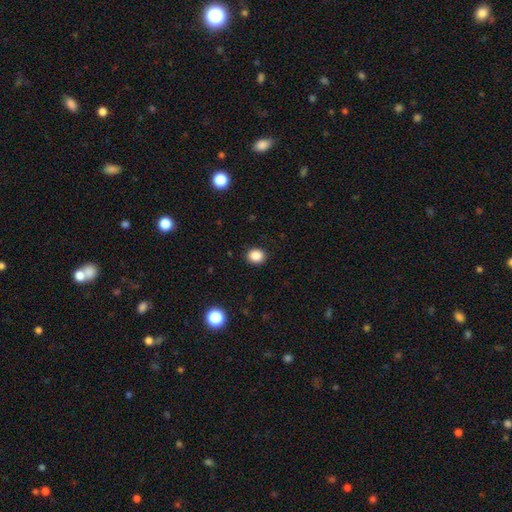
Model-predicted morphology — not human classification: smooth_or_featured: smooth (p=0.87) [alt: star or artifact p=0.11]
how_rounded: round (p=0.73) [alt: in between p=0.27]
merging: none (p=0.90) [alt: minor disturbance p=0.07]